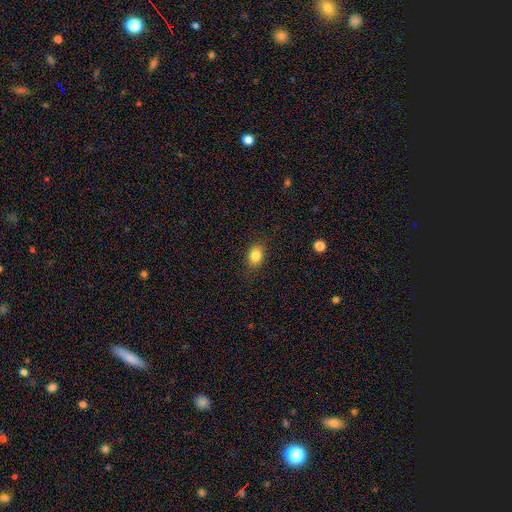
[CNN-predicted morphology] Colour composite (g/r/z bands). It shows a smooth galaxy with no disk features (83%) that is in between round and cigar-shaped (67%). Merging: none (85%).